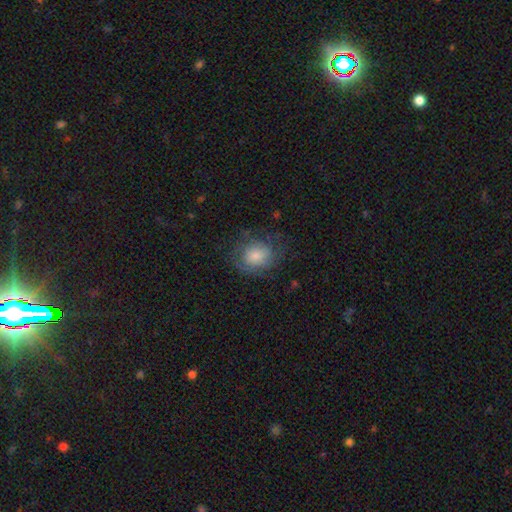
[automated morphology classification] smooth_or_featured: smooth (p=0.66) [alt: featured or disk p=0.24]
how_rounded: round (p=0.56) [alt: in between p=0.43]
merging: none (p=0.67) [alt: minor disturbance p=0.20]